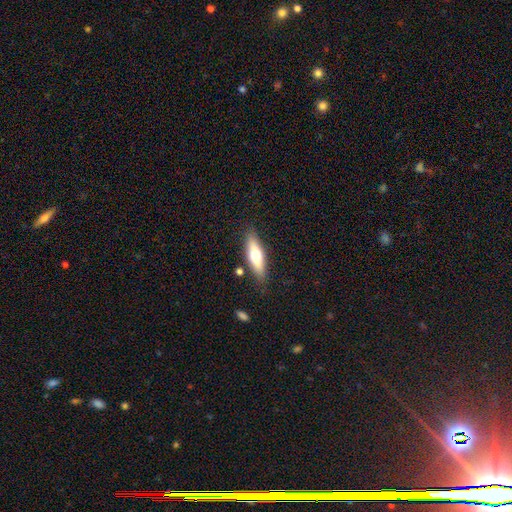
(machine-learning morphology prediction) smooth-or-featured: smooth: 57% | featured or disk: 37% | star or artifact: 6%
  how-rounded: cigar-shaped: 55% | in between: 42% | round: 2%
  merging: none: 83% | minor disturbance: 11% | merger: 3% | major disturbance: 3%